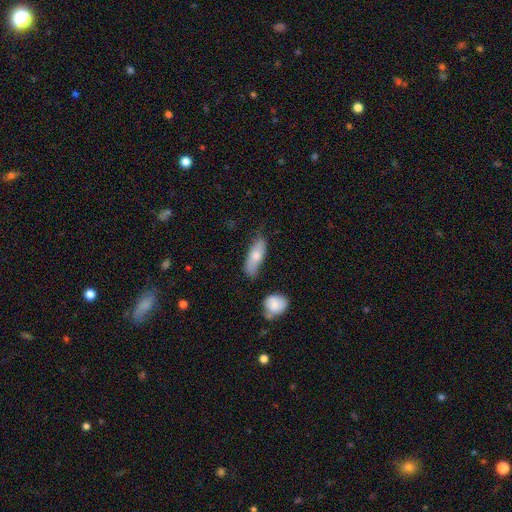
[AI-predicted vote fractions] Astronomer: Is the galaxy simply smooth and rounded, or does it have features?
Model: smooth — 72%.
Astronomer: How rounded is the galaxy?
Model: in between — 67%.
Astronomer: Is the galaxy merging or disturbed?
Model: none — 66%.